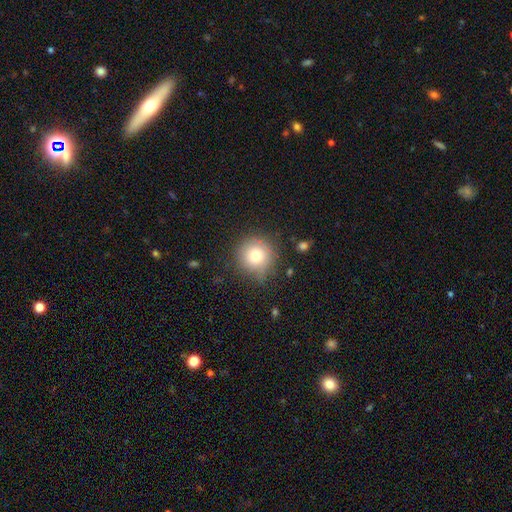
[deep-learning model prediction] smooth_or_featured: smooth (p=0.77) [alt: star or artifact p=0.12]
how_rounded: round (p=0.94) [alt: in between p=0.05]
merging: none (p=0.80) [alt: minor disturbance p=0.14]